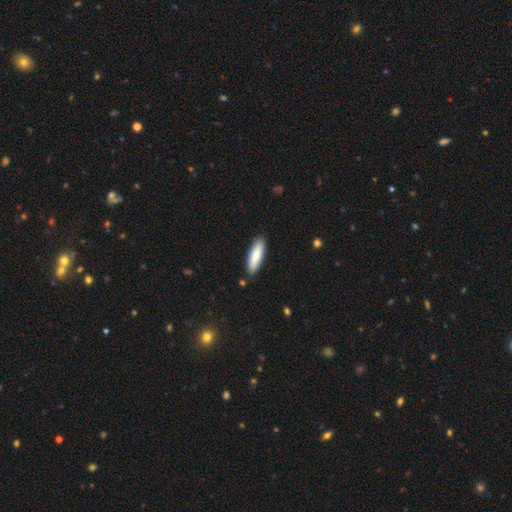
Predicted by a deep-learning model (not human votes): A smooth galaxy with no disk features (76%) that is cigar-shaped (60%). Merging: none (88%).